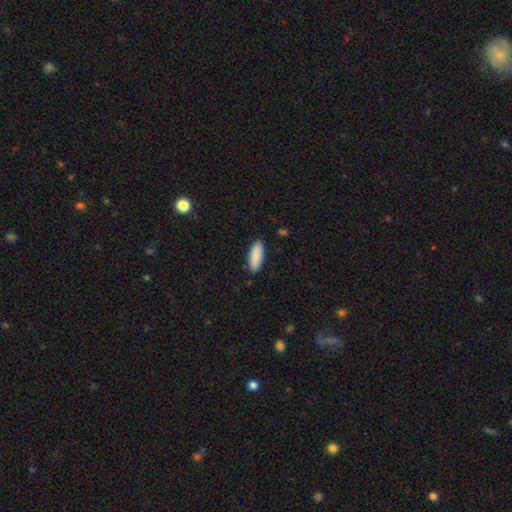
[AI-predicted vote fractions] Smooth or featured?
  - smooth: 89% *
  - star or artifact: 6%
  - featured or disk: 5%
How rounded?
  - in between: 72% *
  - cigar-shaped: 27%
  - round: 2%
Merging?
  - none: 88% *
  - minor disturbance: 9%
  - major disturbance: 2%
  - merger: 1%